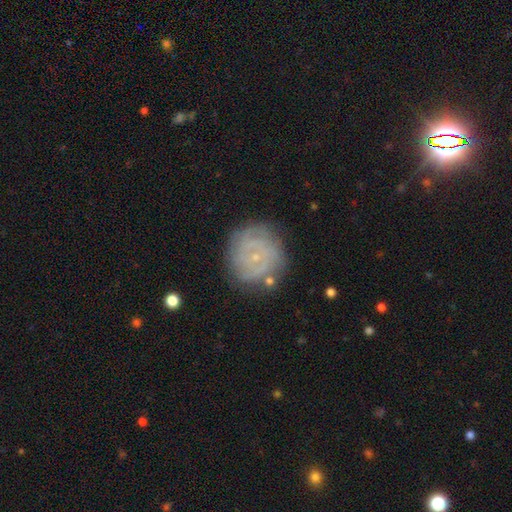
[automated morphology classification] smooth_or_featured: featured or disk (p=0.72) [alt: smooth p=0.19]
disk_edge_on: no (p=0.98) [alt: yes p=0.02]
bar: no (p=0.72) [alt: weak p=0.24]
has_spiral_arms: yes (p=0.89) [alt: no p=0.11]
spiral_winding: tight (p=0.71) [alt: medium p=0.23]
spiral_arm_count: can't tell (p=0.36) [alt: 2 p=0.27]
bulge_size: small (p=0.85) [alt: moderate p=0.09]
merging: none (p=0.77) [alt: minor disturbance p=0.15]